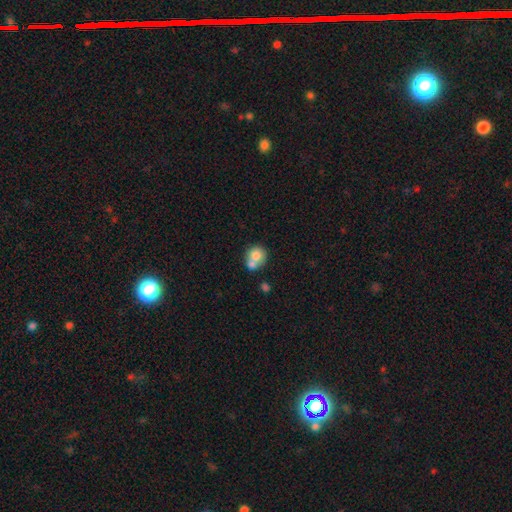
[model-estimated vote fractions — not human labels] A smooth galaxy with no disk features (74%) that is round (78%).

Vote fractions:
- Smooth or featured? smooth: 74% / featured or disk: 17% / star or artifact: 9%
- How rounded? round: 78% / in between: 21% / cigar-shaped: 1%
- Merging? merger: 53% / none: 35% / minor disturbance: 9% / major disturbance: 4%